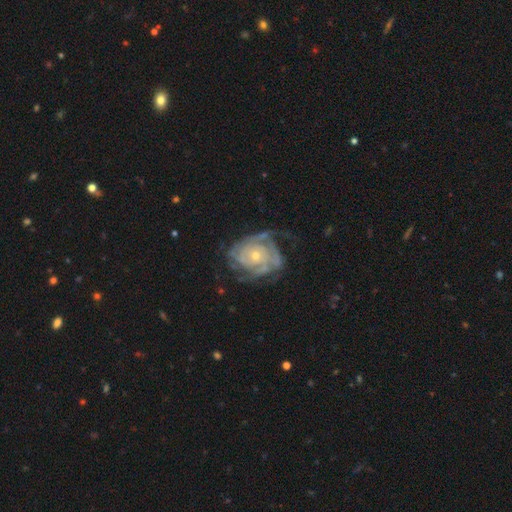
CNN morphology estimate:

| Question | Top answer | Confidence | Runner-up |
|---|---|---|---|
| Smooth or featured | featured or disk | 87% | smooth (7%) |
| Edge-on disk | no | 97% | yes (3%) |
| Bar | no | 78% | weak (17%) |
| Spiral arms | yes | 95% | no (5%) |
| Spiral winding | tight | 70% | medium (24%) |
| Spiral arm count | can't tell | 30% | 2 (22%) |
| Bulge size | small | 64% | moderate (32%) |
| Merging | none | 62% | minor disturbance (21%) |